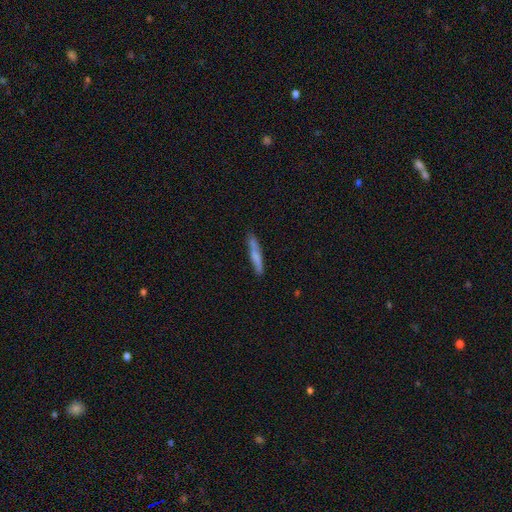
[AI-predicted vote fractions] This is likely a smooth galaxy (64%). How rounded: clearly cigar-shaped (93%). Merging: likely none (76%).